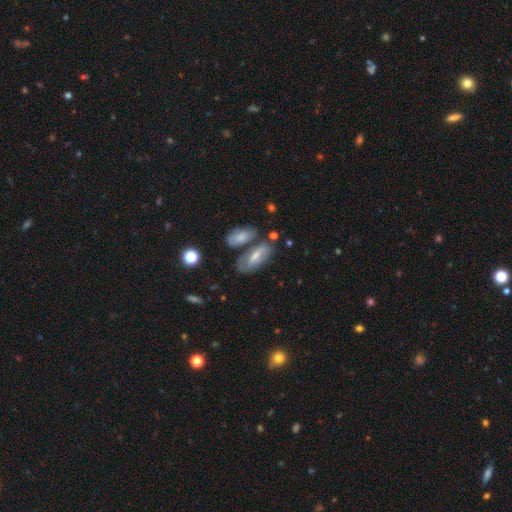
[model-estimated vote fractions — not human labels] smooth_or_featured: smooth (p=0.46) [alt: featured or disk p=0.44]
merging: none (p=0.58) [alt: merger p=0.21]